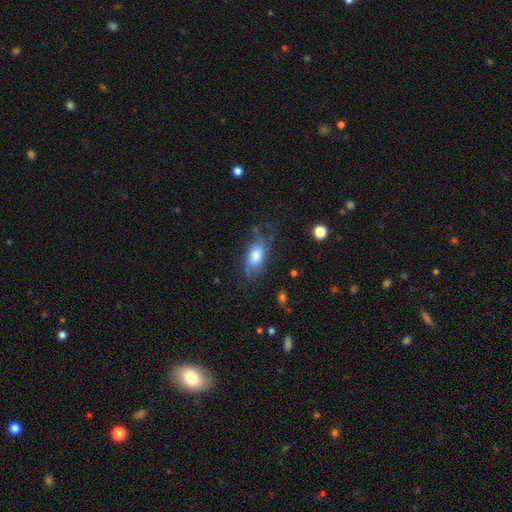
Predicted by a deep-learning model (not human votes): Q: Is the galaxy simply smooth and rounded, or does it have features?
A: featured or disk — 51%.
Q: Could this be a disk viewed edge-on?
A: no — 90%.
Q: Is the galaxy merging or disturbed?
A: none — 54%.